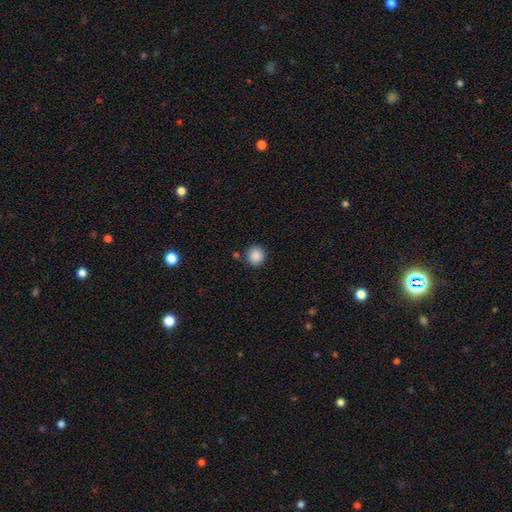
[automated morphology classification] smooth-or-featured: smooth: 88% | star or artifact: 9% | featured or disk: 3%
  how-rounded: round: 93% | in between: 6% | cigar-shaped: 1%
  merging: none: 85% | minor disturbance: 8% | merger: 4% | major disturbance: 3%